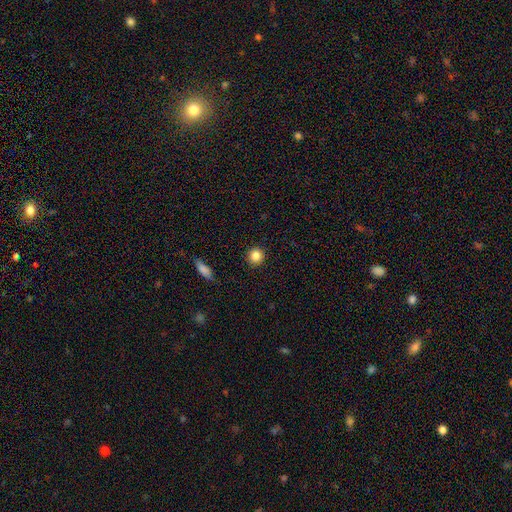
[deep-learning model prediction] Smooth or featured: smooth — 84% (star or artifact — 10%)
How rounded: round — 93% (in between — 6%)
Merging: none — 92% (minor disturbance — 5%)